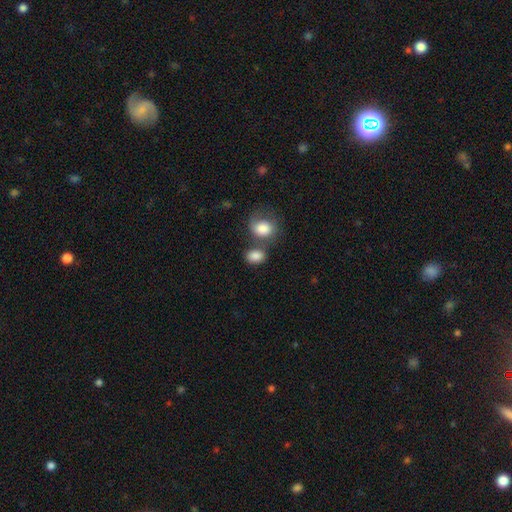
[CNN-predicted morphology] smooth-or-featured: smooth: 83% | featured or disk: 9% | star or artifact: 8%
  how-rounded: in between: 68% | round: 30% | cigar-shaped: 1%
  merging: none: 46% | merger: 36% | minor disturbance: 13% | major disturbance: 6%